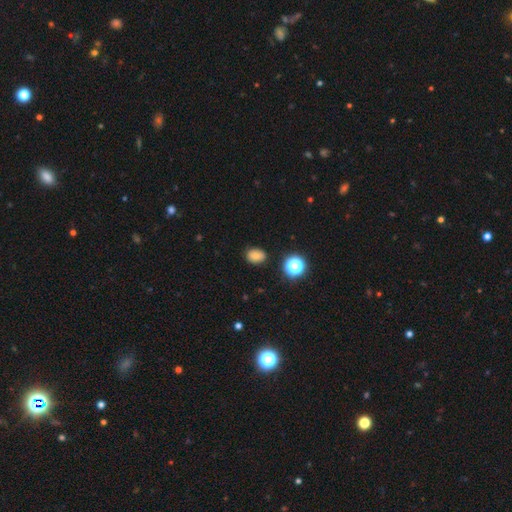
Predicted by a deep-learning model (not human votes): The model was most divided on "how rounded": in between: 62%, round: 37%, cigar-shaped: 1%. More confident: merging — none (85%); smooth or featured — smooth (78%).